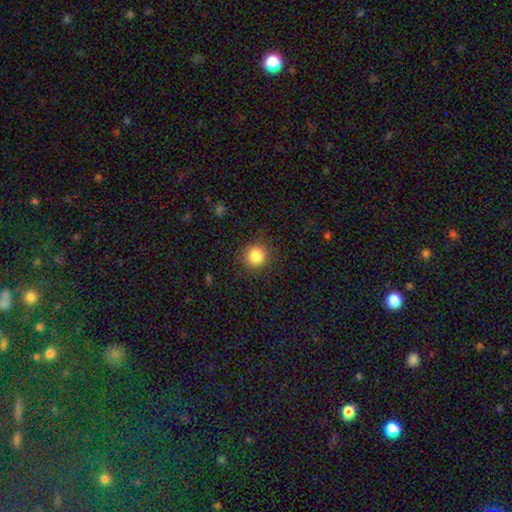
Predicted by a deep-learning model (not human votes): A smooth galaxy with no disk features (84%) that is round (93%).

Vote fractions:
- Smooth or featured? smooth: 84% / star or artifact: 11% / featured or disk: 5%
- How rounded? round: 93% / in between: 6% / cigar-shaped: 1%
- Merging? none: 89% / minor disturbance: 7% / major disturbance: 3% / merger: 1%